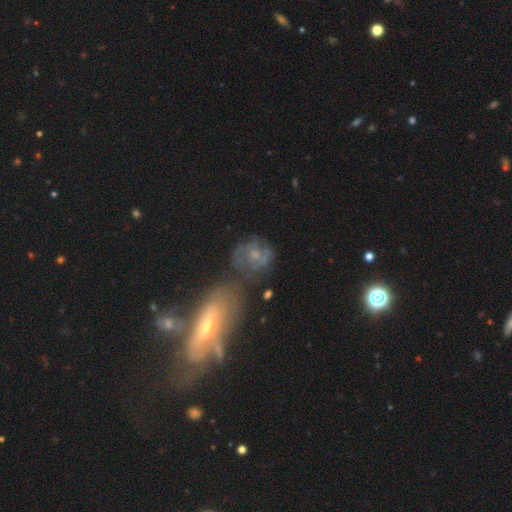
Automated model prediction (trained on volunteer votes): This is likely a featured or disk galaxy (63%). It is clearly not viewed edge-on (96%). Bar: likely no (64%). Spiral arm pattern: likely yes (73%). Central bulge: possibly small (46%). Merging: marginally none (44%).